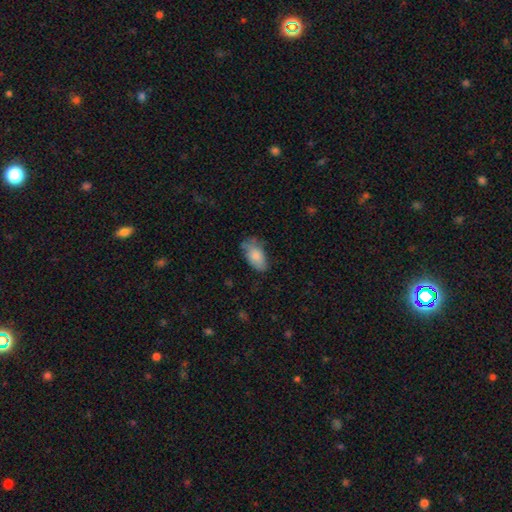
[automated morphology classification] This is clearly a smooth galaxy (80%). How rounded: clearly in between (92%). Merging: possibly none (55%).